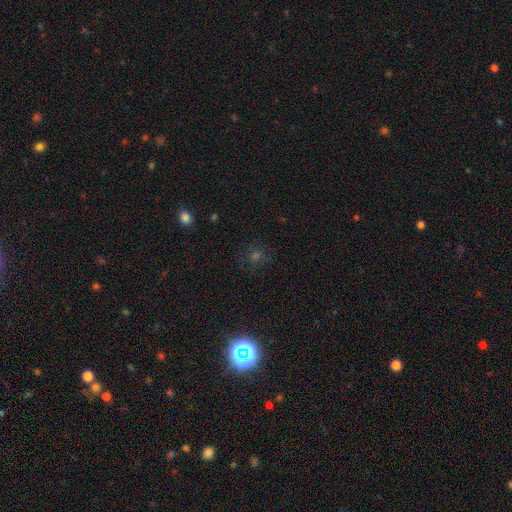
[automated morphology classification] Smooth or featured?
  - star or artifact: 50% *
  - smooth: 37%
  - featured or disk: 13%